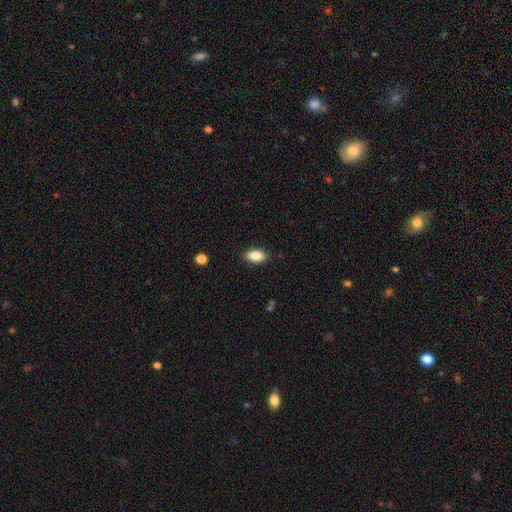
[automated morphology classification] smooth 87%, star or artifact 8%, featured or disk 5%. Down the decision tree: how rounded — in between (91%); merging — none (87%).